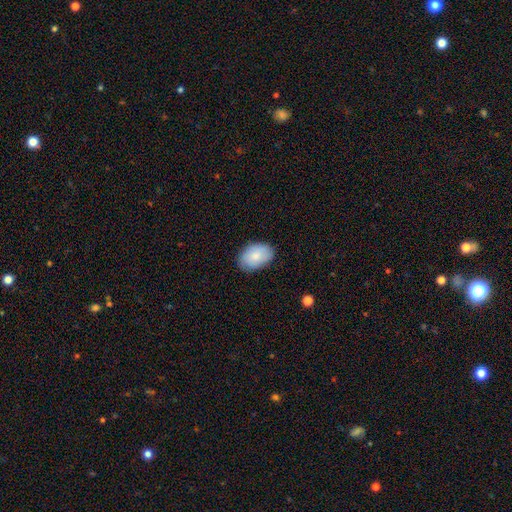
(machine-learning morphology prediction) smooth-or-featured: smooth: 84% | featured or disk: 10% | star or artifact: 6%
  how-rounded: in between: 89% | round: 10% | cigar-shaped: 1%
  merging: none: 83% | minor disturbance: 14% | major disturbance: 3% | merger: 1%